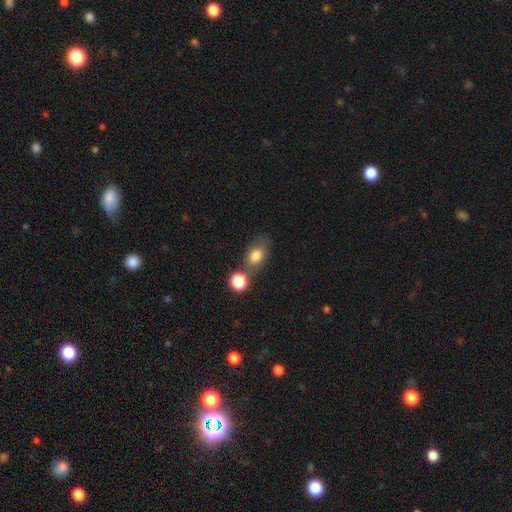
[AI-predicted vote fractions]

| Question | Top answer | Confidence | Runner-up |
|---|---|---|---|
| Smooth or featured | smooth | 80% | featured or disk (11%) |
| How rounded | in between | 74% | round (24%) |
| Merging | none | 55% | merger (23%) |